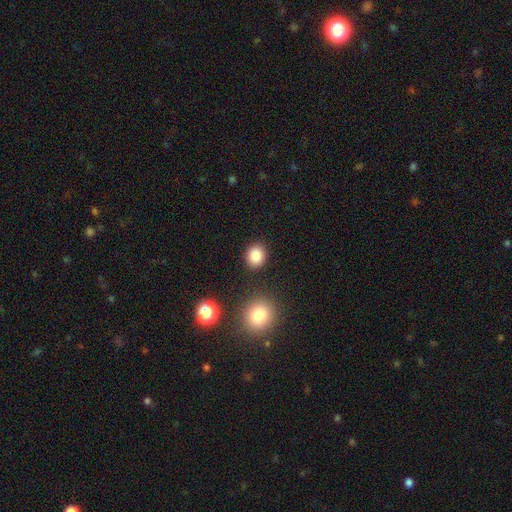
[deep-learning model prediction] Overall: smooth (85%). How rounded: round (72%). Merging: none (86%).